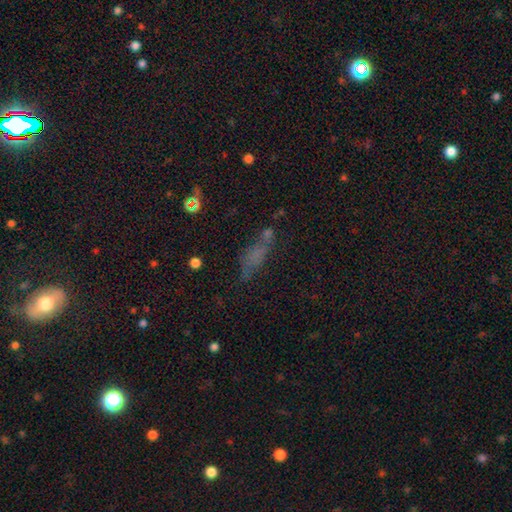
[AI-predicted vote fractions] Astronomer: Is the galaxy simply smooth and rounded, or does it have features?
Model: smooth — 53%.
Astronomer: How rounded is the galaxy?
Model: in between — 48% (runner-up: cigar-shaped, 47%).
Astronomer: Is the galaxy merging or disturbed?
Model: none — 50%.